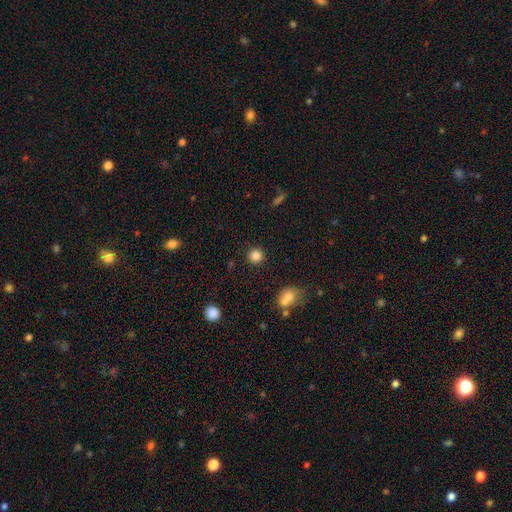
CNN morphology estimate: A smooth galaxy with no disk features (84%) that is round (92%).

Vote fractions:
- Smooth or featured? smooth: 84% / star or artifact: 12% / featured or disk: 4%
- How rounded? round: 92% / in between: 7% / cigar-shaped: 1%
- Merging? none: 89% / minor disturbance: 6% / merger: 3% / major disturbance: 2%